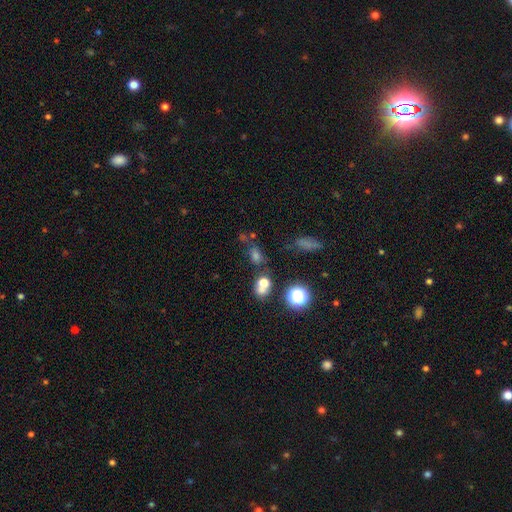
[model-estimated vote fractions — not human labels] Smooth or featured?
  - smooth: 57% *
  - star or artifact: 32%
  - featured or disk: 11%
How rounded?
  - round: 49% *
  - in between: 46%
  - cigar-shaped: 4%
Merging?
  - none: 61% *
  - merger: 18%
  - minor disturbance: 14%
  - major disturbance: 7%